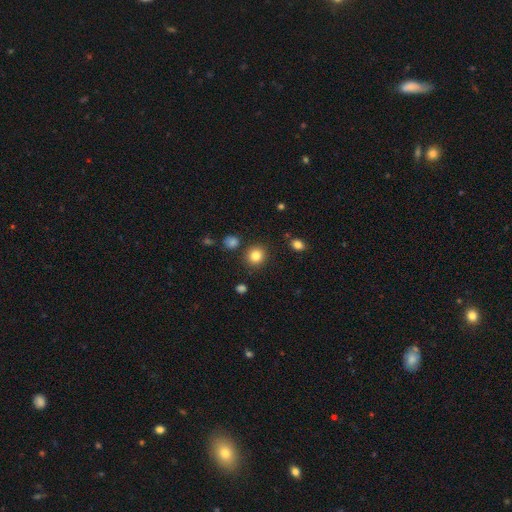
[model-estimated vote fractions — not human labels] A smooth galaxy with no disk features (83%) that is round (88%).

Vote fractions:
- Smooth or featured? smooth: 83% / star or artifact: 11% / featured or disk: 6%
- How rounded? round: 88% / in between: 11% / cigar-shaped: 1%
- Merging? none: 87% / minor disturbance: 7% / merger: 3% / major disturbance: 3%